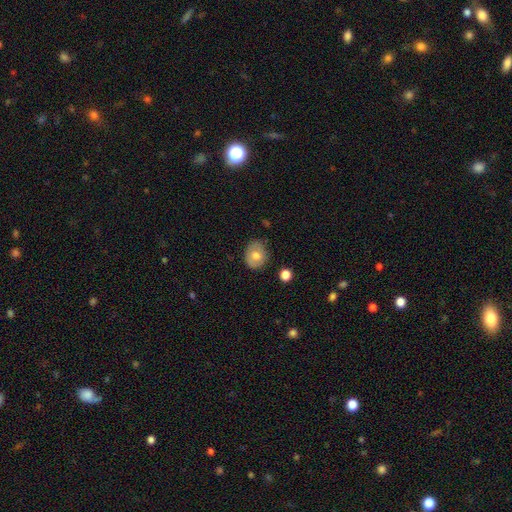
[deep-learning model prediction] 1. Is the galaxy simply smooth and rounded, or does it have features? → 64% smooth, 28% featured or disk, 8% star or artifact.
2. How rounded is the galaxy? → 58% round, 41% in between, 1% cigar-shaped.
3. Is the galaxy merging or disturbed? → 79% none, 16% minor disturbance, 3% major disturbance, 2% merger.